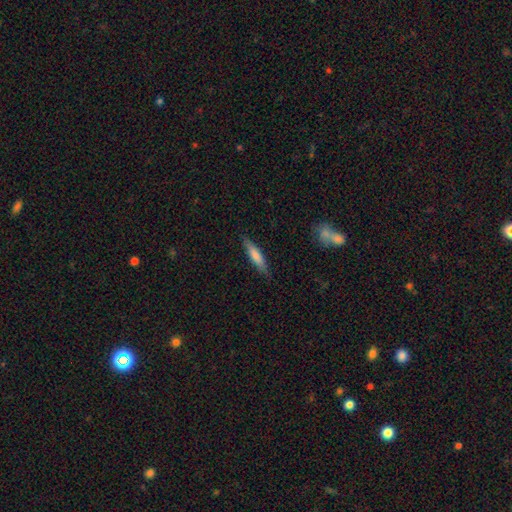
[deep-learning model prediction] This appears to be a smooth galaxy with no disk features (69%) that is cigar-shaped (84%). Merging: none (84%).